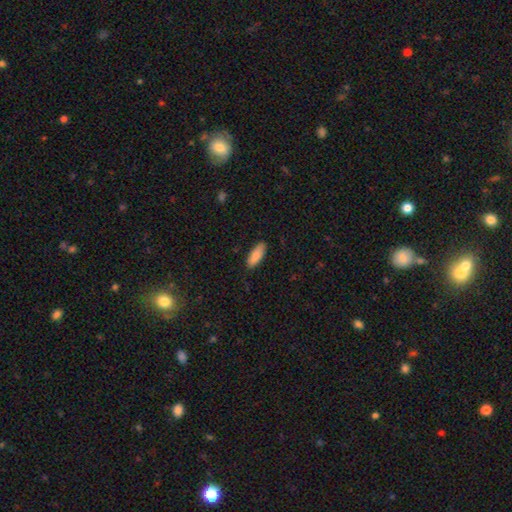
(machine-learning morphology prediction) Q: Smooth or featured?
A: smooth (89%); runner-up: featured or disk (6%)
Q: How rounded?
A: in between (69%); runner-up: cigar-shaped (30%)
Q: Merging?
A: none (87%); runner-up: minor disturbance (10%)